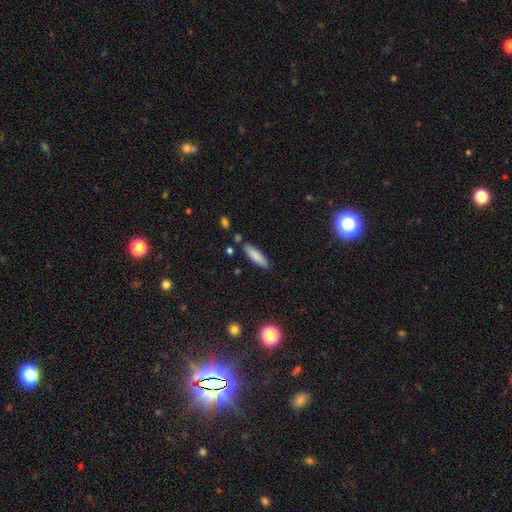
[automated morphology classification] smooth-or-featured: smooth: 84% | featured or disk: 9% | star or artifact: 7%
  how-rounded: cigar-shaped: 61% | in between: 37% | round: 2%
  merging: none: 84% | minor disturbance: 10% | merger: 4% | major disturbance: 2%